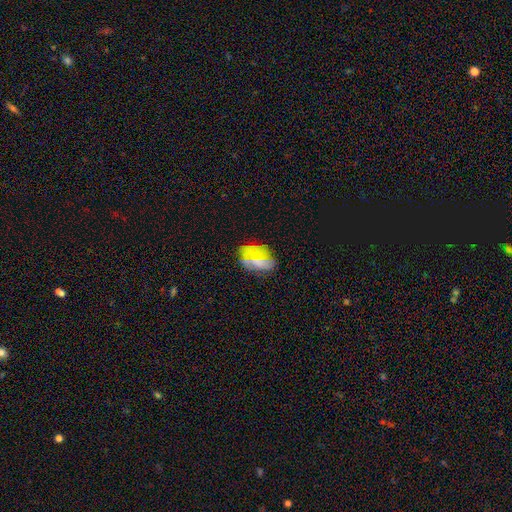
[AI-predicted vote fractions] smooth 57%, featured or disk 22%, star or artifact 21%. Down the decision tree: how rounded — in between (84%); merging — none (69%).